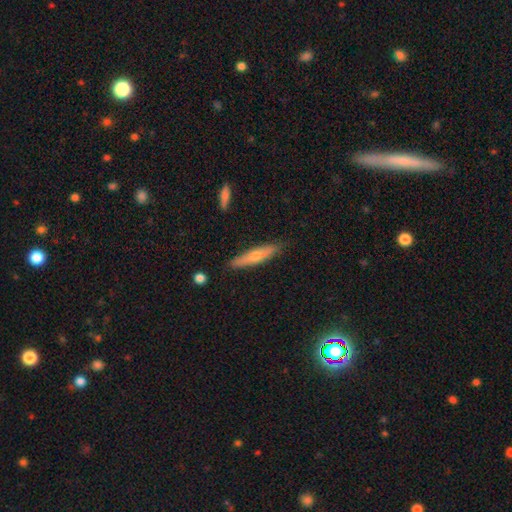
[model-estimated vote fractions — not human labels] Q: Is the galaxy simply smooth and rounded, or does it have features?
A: smooth — 52%.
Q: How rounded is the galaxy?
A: cigar-shaped — 86%.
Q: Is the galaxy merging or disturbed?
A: none — 87%.